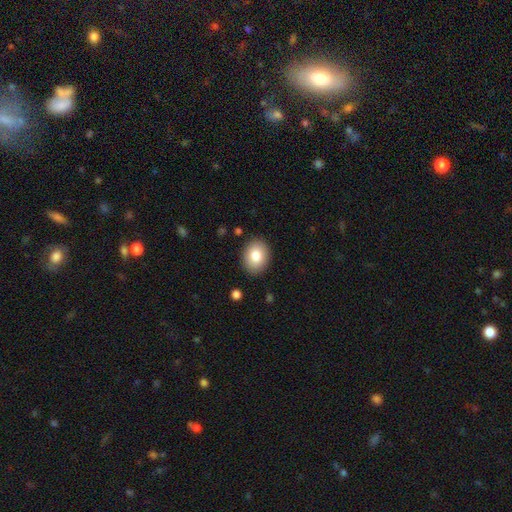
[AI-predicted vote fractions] Smooth or featured? Predicted: smooth (p=0.83). How rounded? Predicted: in between (p=0.60). Merging? Predicted: none (p=0.89).